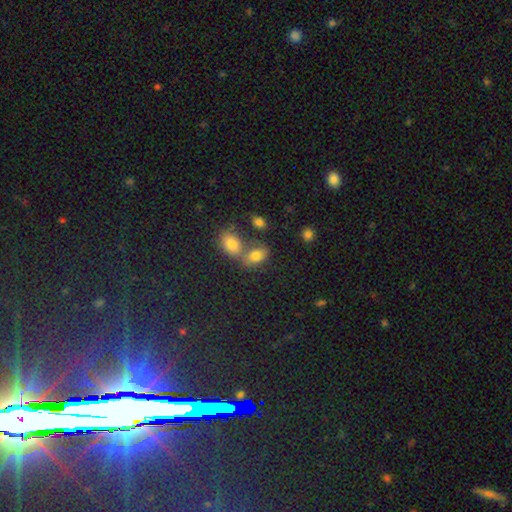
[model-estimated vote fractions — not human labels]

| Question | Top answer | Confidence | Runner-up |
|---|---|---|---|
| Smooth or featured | smooth | 77% | star or artifact (13%) |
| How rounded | in between | 86% | round (12%) |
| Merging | merger | 47% | none (37%) |